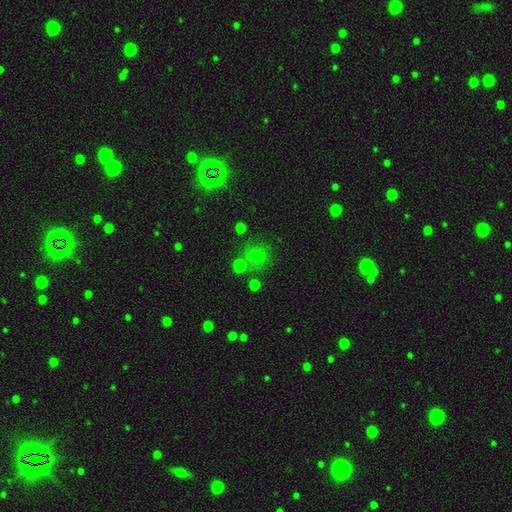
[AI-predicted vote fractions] Overall: smooth (67%). How rounded: round (81%). Merging: none (64%).